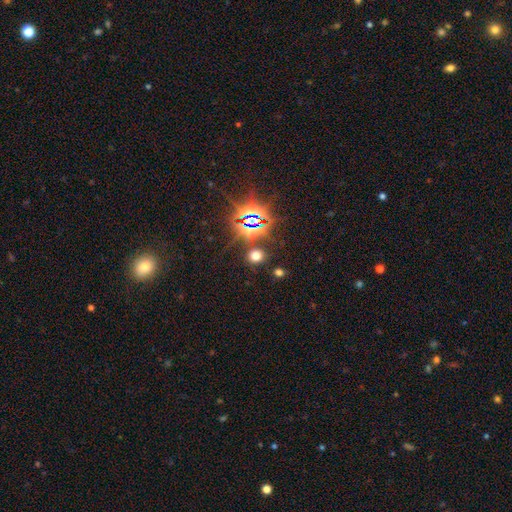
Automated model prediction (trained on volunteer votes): Q: Smooth or featured?
A: smooth (58%); runner-up: star or artifact (35%)
Q: How rounded?
A: round (79%); runner-up: in between (20%)
Q: Merging?
A: none (85%); runner-up: minor disturbance (8%)